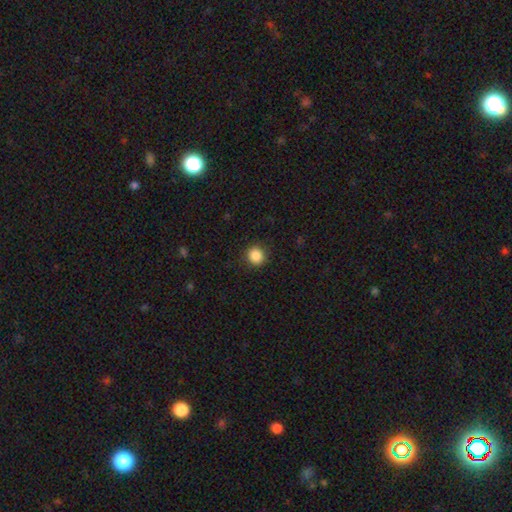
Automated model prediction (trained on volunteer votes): Morphology: type=smooth (87%); roundness=round (89%); merging=none (90%).